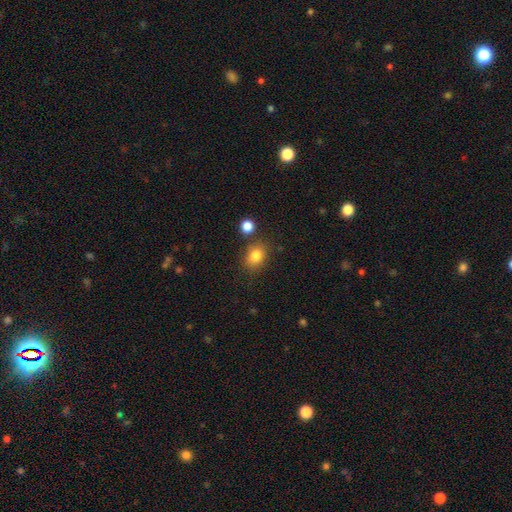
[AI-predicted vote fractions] Smooth or featured: smooth — 82% (star or artifact — 11%)
How rounded: in between — 51% (round — 48%)
Merging: none — 76% (minor disturbance — 13%)